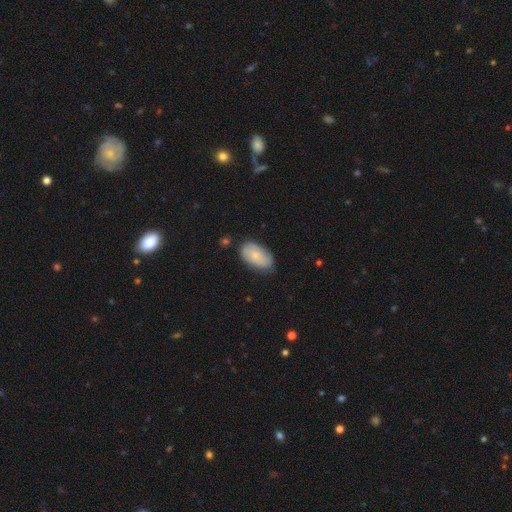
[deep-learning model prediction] Smooth or featured?
  - smooth: 70% *
  - featured or disk: 24%
  - star or artifact: 6%
How rounded?
  - in between: 94% *
  - round: 4%
  - cigar-shaped: 2%
Merging?
  - none: 72% *
  - minor disturbance: 22%
  - major disturbance: 4%
  - merger: 2%